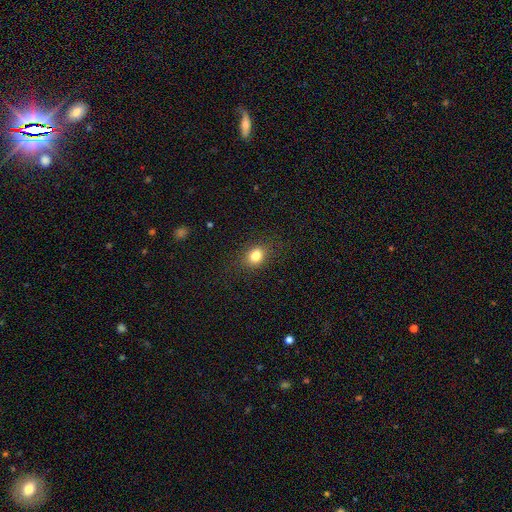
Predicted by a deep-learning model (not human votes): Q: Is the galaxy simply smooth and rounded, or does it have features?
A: smooth — 82%.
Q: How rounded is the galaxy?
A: in between — 51%.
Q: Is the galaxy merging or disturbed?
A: none — 84%.